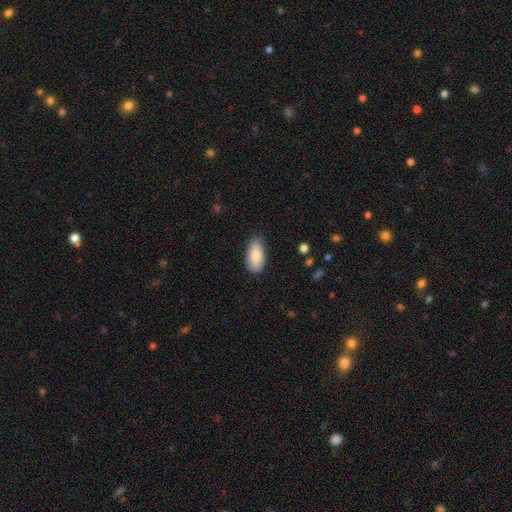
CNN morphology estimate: smooth 84%, featured or disk 9%, star or artifact 6%. Down the decision tree: how rounded — in between (90%); merging — none (77%).